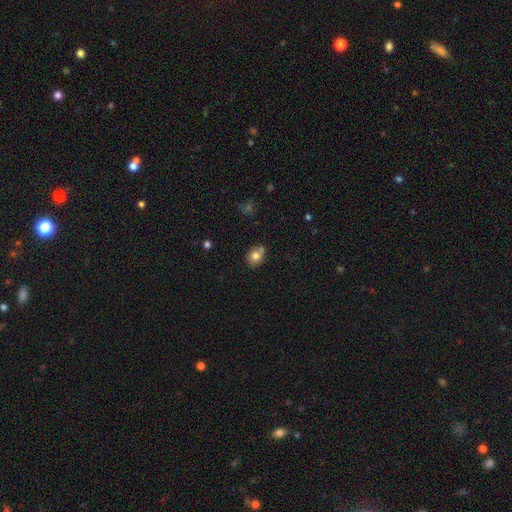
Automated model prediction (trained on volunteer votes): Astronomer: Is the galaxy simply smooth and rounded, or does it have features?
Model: smooth — 79%.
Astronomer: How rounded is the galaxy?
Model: round — 62% (runner-up: in between, 37%).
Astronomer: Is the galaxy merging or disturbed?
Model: none — 63%.